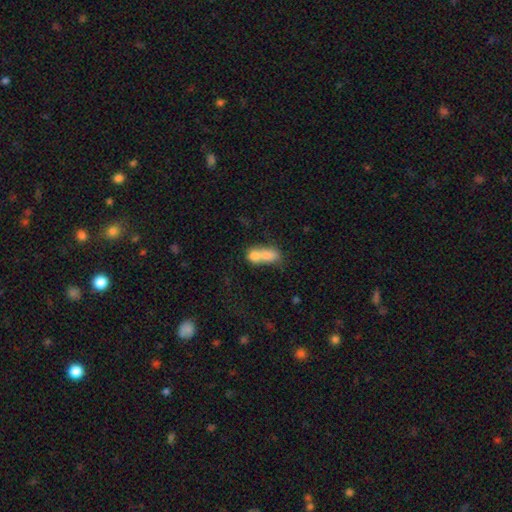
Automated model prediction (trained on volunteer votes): A smooth galaxy with no disk features (71%) that is in between round and cigar-shaped (61%).

Vote fractions:
- Smooth or featured? smooth: 71% / featured or disk: 20% / star or artifact: 9%
- How rounded? in between: 61% / round: 34% / cigar-shaped: 5%
- Merging? merger: 75% / none: 15% / minor disturbance: 6% / major disturbance: 4%